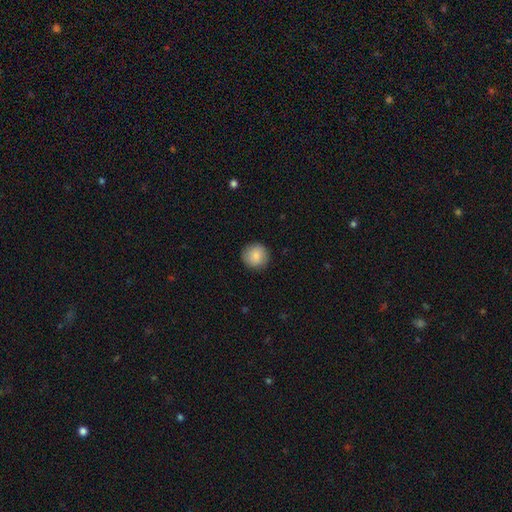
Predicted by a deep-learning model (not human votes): Smooth or featured? Predicted: smooth (p=0.85). How rounded? Predicted: round (p=0.94). Merging? Predicted: none (p=0.90).